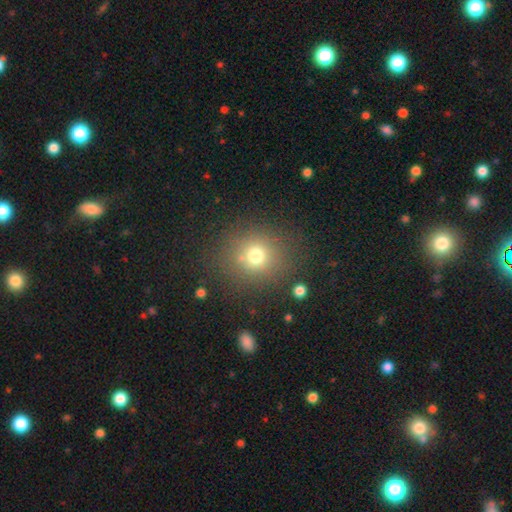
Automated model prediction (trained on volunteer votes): Morphology: type=smooth (72%); roundness=round (82%); merging=none (80%).